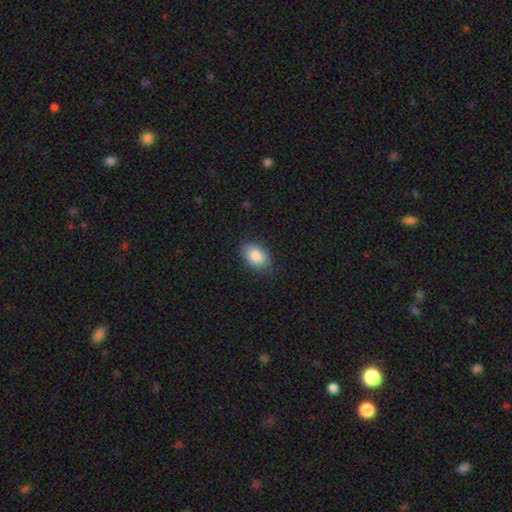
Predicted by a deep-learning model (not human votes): A smooth galaxy with no disk features (86%) that is in between round and cigar-shaped (89%).

Vote fractions:
- Smooth or featured? smooth: 86% / star or artifact: 7% / featured or disk: 7%
- How rounded? in between: 89% / round: 10% / cigar-shaped: 1%
- Merging? none: 83% / minor disturbance: 13% / major disturbance: 3% / merger: 1%